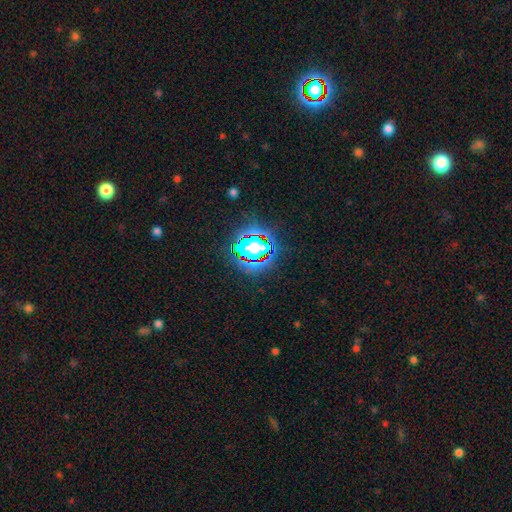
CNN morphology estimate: Smooth or featured: star or artifact — 82% (smooth — 10%)